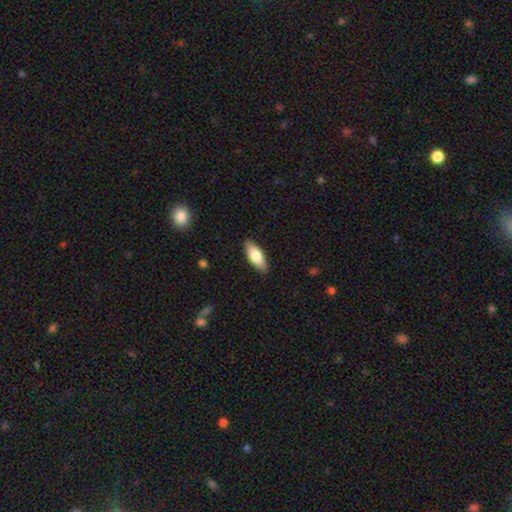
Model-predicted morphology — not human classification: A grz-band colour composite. It shows a smooth galaxy with no disk features (73%) that is in between round and cigar-shaped (77%). Merging: none (87%).